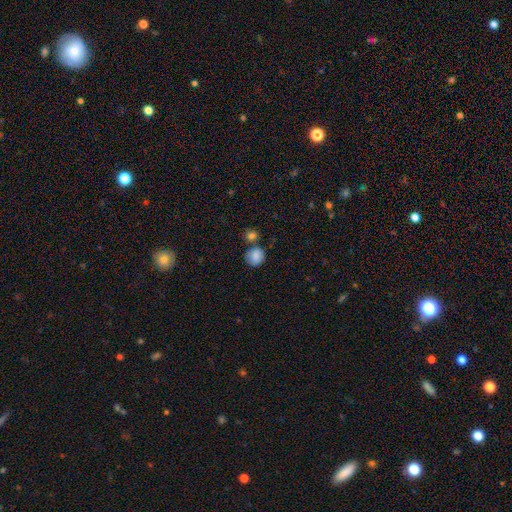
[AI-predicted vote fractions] A smooth galaxy with no disk features (85%) that is round (81%).

Vote fractions:
- Smooth or featured? smooth: 85% / star or artifact: 9% / featured or disk: 7%
- How rounded? round: 81% / in between: 19% / cigar-shaped: 1%
- Merging? none: 58% / merger: 19% / minor disturbance: 18% / major disturbance: 5%